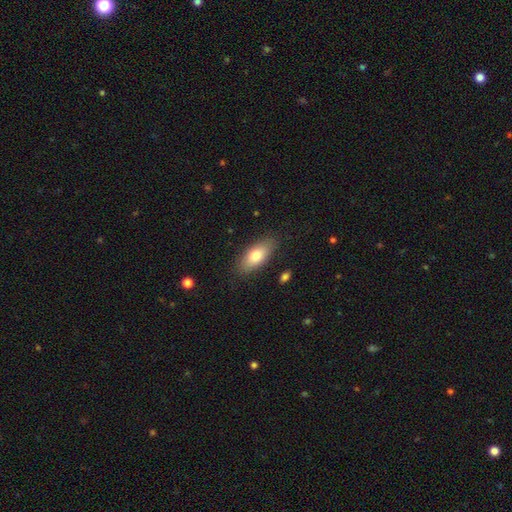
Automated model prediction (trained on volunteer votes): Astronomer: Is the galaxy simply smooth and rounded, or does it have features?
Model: smooth — 77%.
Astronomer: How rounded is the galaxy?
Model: in between — 82%.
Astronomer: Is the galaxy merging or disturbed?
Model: none — 84%.